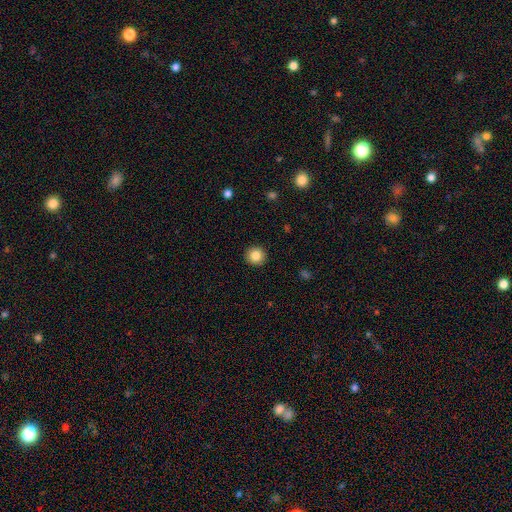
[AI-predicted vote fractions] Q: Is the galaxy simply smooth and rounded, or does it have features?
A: smooth — 84%.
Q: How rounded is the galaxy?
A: round — 95%.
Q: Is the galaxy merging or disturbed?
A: none — 93%.